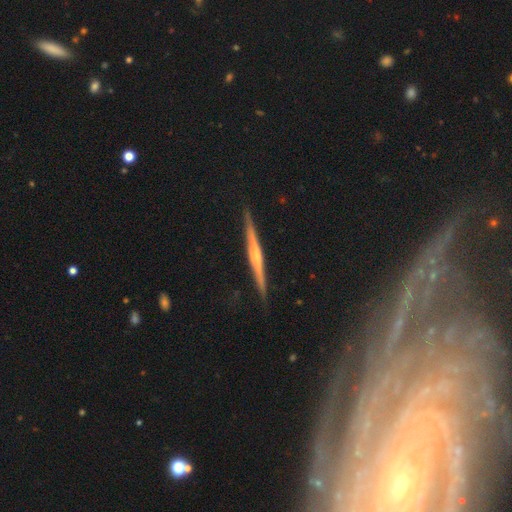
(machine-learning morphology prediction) smooth-or-featured: featured or disk: 76% | smooth: 18% | star or artifact: 6%
  disk-edge-on: yes: 98% | no: 2%
    edge-on-bulge: rounded: 59% | none: 30% | boxy: 11%
  merging: none: 90% | minor disturbance: 7% | major disturbance: 1% | merger: 1%